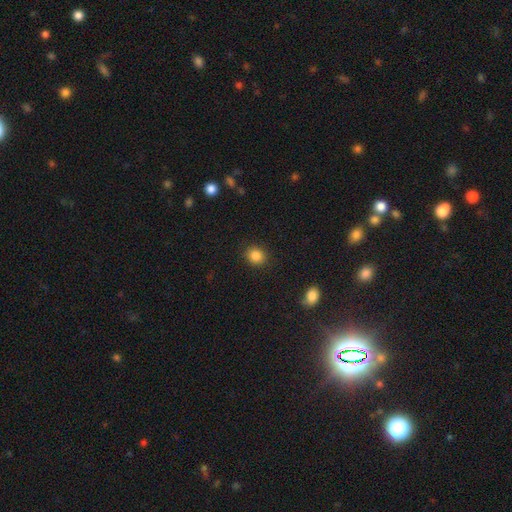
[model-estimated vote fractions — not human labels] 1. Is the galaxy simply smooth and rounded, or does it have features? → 86% smooth, 10% star or artifact, 4% featured or disk.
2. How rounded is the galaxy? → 77% round, 22% in between, 1% cigar-shaped.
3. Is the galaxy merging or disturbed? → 90% none, 7% minor disturbance, 2% major disturbance, 1% merger.